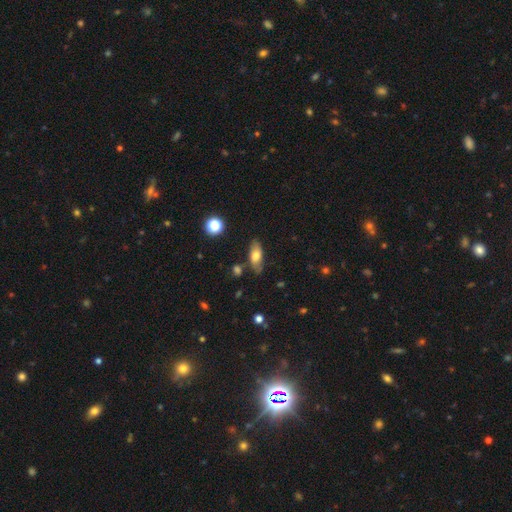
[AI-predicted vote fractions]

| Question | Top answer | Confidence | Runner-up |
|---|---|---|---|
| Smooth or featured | smooth | 69% | featured or disk (23%) |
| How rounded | in between | 79% | cigar-shaped (16%) |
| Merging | none | 75% | minor disturbance (17%) |